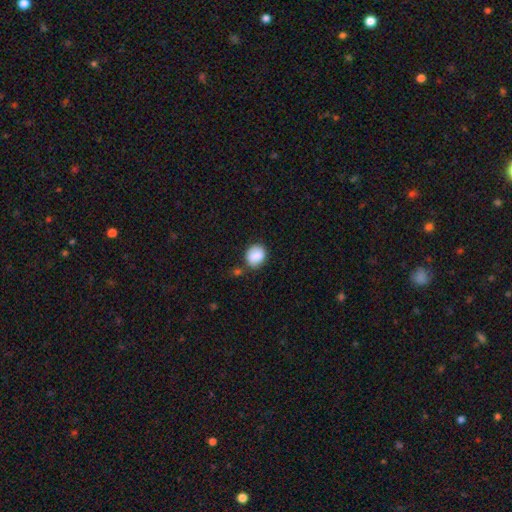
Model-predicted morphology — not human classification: Smooth or featured? Predicted: smooth (p=0.85). How rounded? Predicted: round (p=0.66). Merging? Predicted: none (p=0.72).